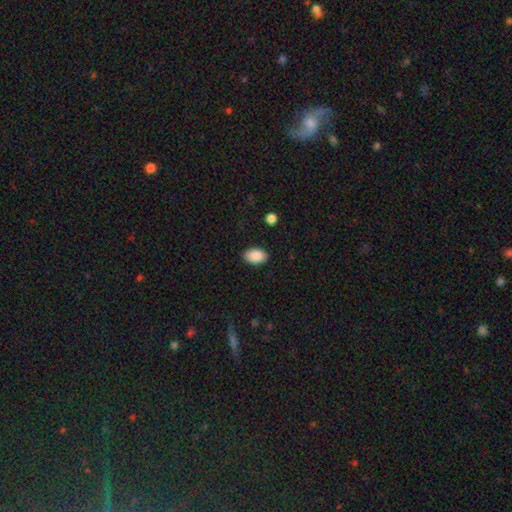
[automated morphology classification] Overall: smooth (90%). How rounded: in between (92%). Merging: none (88%).